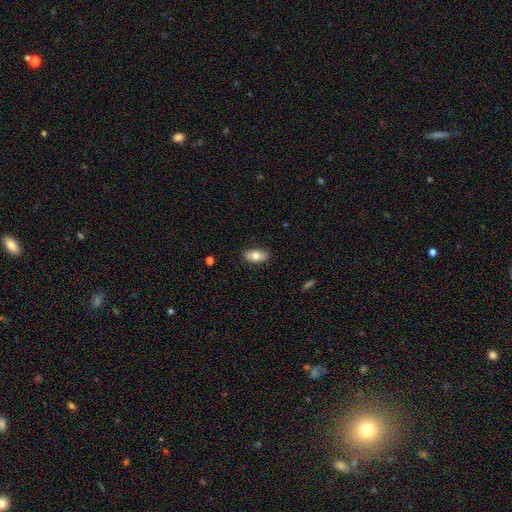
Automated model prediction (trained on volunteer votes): Morphology: type=smooth (77%); roundness=in between (89%); merging=none (86%).